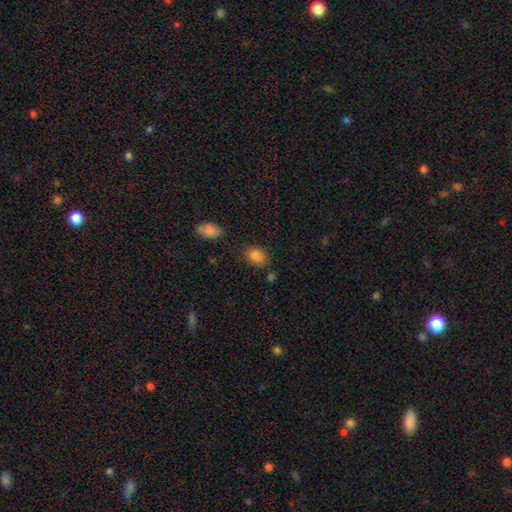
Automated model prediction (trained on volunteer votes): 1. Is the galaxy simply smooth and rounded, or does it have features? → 83% smooth, 10% star or artifact, 7% featured or disk.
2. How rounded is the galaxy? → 63% in between, 36% round, 1% cigar-shaped.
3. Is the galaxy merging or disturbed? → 77% none, 15% minor disturbance, 4% merger, 4% major disturbance.